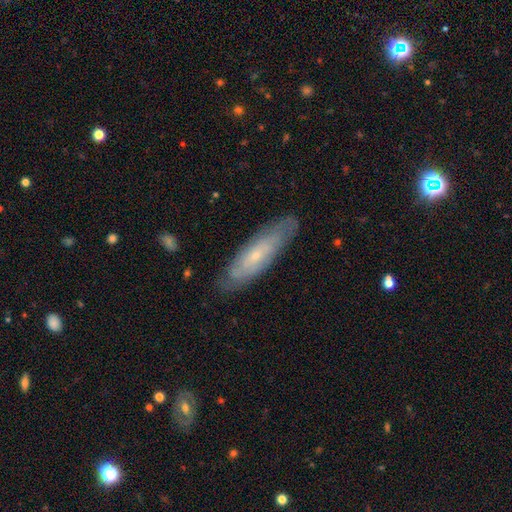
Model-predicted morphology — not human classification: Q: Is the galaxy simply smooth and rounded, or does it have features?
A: featured or disk — 58%.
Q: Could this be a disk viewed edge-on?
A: no — 68%.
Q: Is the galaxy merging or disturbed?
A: none — 80%.